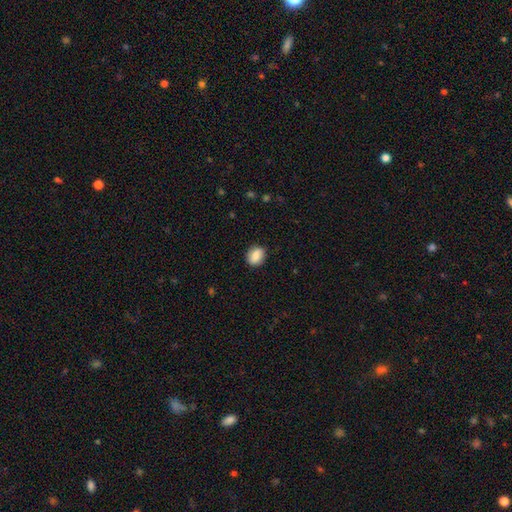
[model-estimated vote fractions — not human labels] Smooth or featured?
  - smooth: 83% *
  - featured or disk: 9%
  - star or artifact: 8%
How rounded?
  - round: 52% *
  - in between: 47%
  - cigar-shaped: 1%
Merging?
  - none: 85% *
  - minor disturbance: 11%
  - major disturbance: 3%
  - merger: 1%